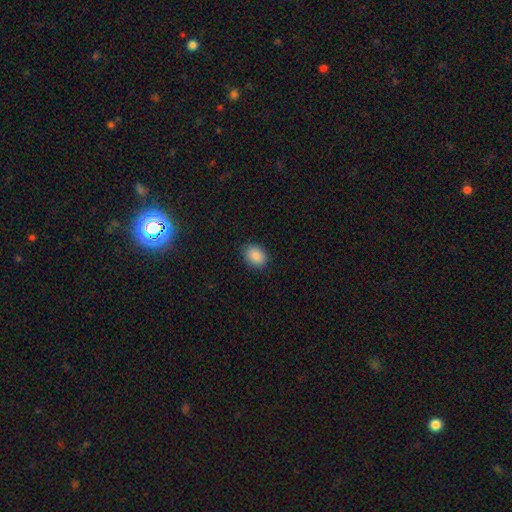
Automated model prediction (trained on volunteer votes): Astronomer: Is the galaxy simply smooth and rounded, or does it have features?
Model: smooth — 89%.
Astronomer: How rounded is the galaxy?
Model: in between — 69%.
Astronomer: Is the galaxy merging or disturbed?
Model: none — 86%.